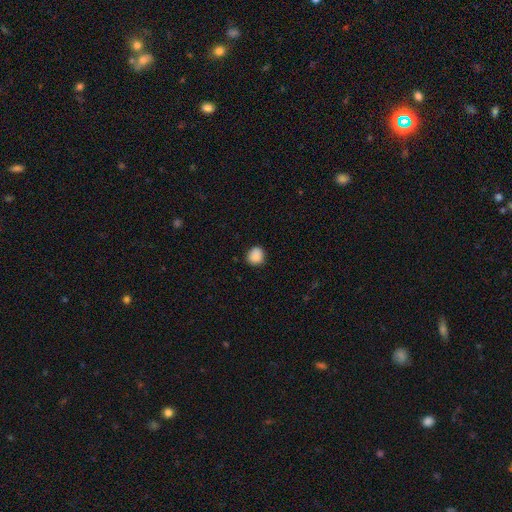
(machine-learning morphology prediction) A smooth galaxy with no disk features (88%) that is round (81%).

Vote fractions:
- Smooth or featured? smooth: 88% / star or artifact: 9% / featured or disk: 3%
- How rounded? round: 81% / in between: 18% / cigar-shaped: 1%
- Merging? none: 86% / minor disturbance: 11% / major disturbance: 2% / merger: 1%